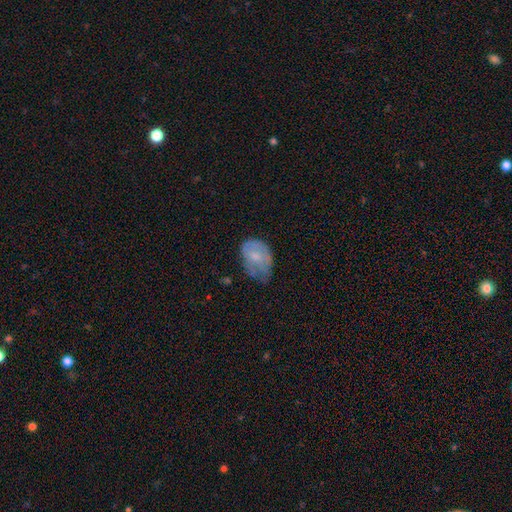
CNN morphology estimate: The model was most divided on "merging": minor disturbance: 43%, none: 35%, major disturbance: 20%, merger: 2%. More confident: how rounded — in between (83%); smooth or featured — smooth (57%).